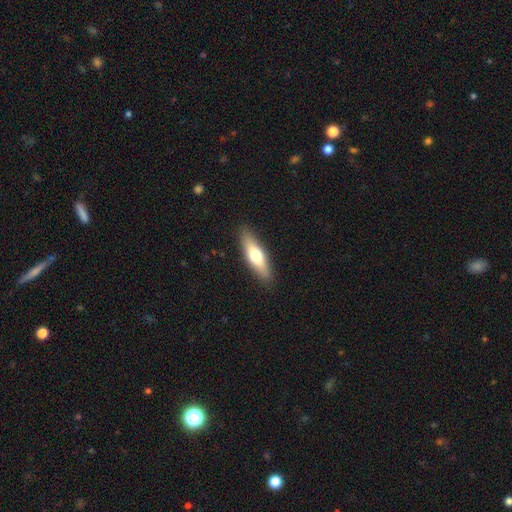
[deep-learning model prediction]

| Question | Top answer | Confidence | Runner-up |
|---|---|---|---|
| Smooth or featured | smooth | 59% | featured or disk (35%) |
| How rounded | cigar-shaped | 58% | in between (40%) |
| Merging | none | 89% | minor disturbance (8%) |